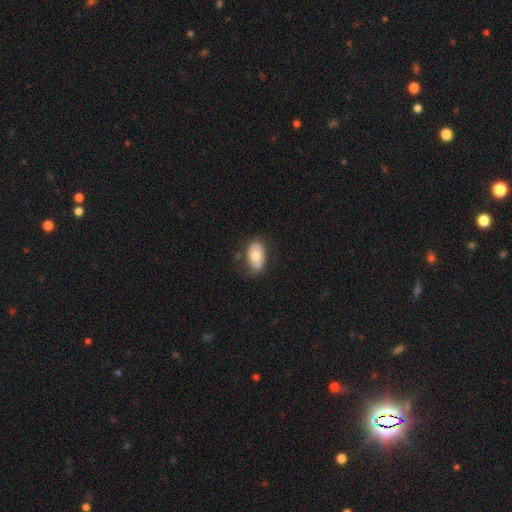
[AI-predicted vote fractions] smooth-or-featured: smooth: 66% | featured or disk: 27% | star or artifact: 7%
  how-rounded: in between: 91% | round: 8% | cigar-shaped: 2%
  merging: none: 72% | minor disturbance: 21% | major disturbance: 5% | merger: 2%